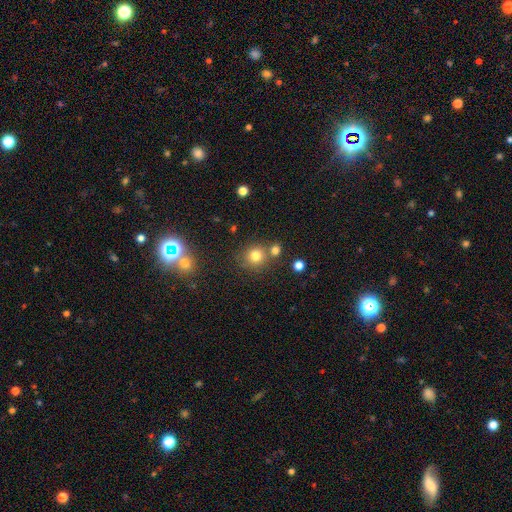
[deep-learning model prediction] Smooth or featured?
  - smooth: 77% *
  - star or artifact: 15%
  - featured or disk: 8%
How rounded?
  - round: 90% *
  - in between: 9%
  - cigar-shaped: 1%
Merging?
  - none: 71% *
  - merger: 17%
  - minor disturbance: 9%
  - major disturbance: 3%